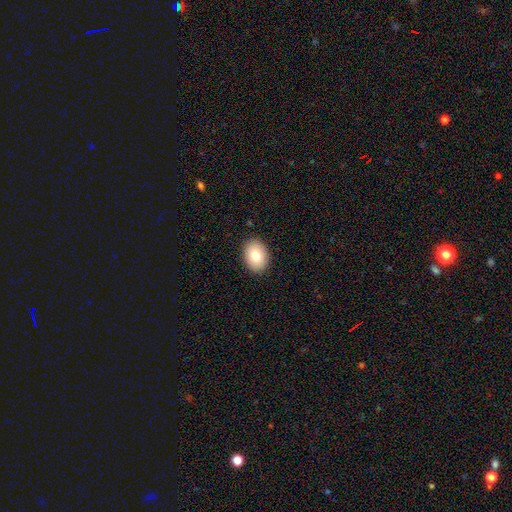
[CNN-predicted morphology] type=smooth (79%); roundness=in between (72%); merging=none (90%).